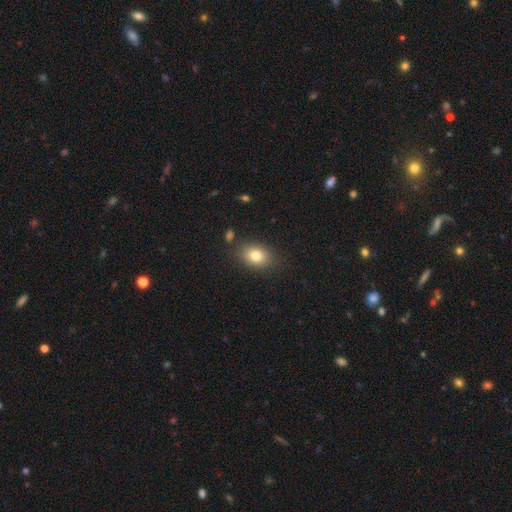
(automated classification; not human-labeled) Morphology: type=smooth (81%); roundness=in between (73%); merging=none (81%).